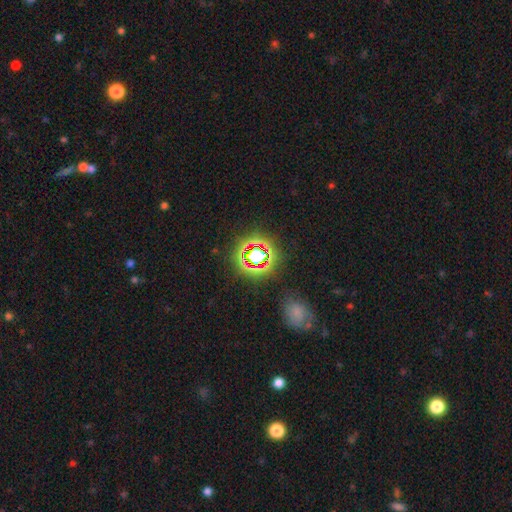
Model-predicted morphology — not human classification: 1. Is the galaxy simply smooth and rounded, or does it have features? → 66% star or artifact, 22% smooth, 12% featured or disk.